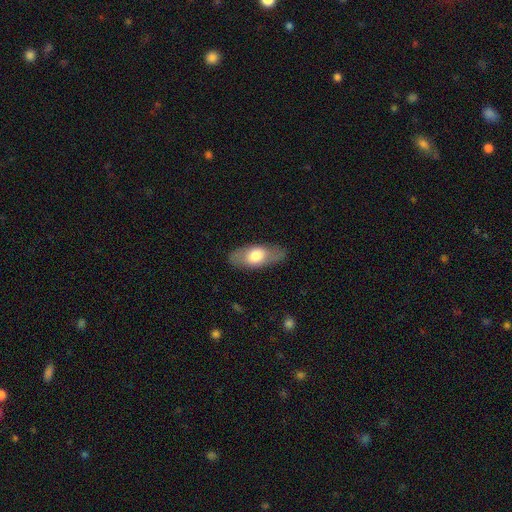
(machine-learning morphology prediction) A smooth galaxy with no disk features (62%) that is in between round and cigar-shaped (83%). Merging: none (81%).